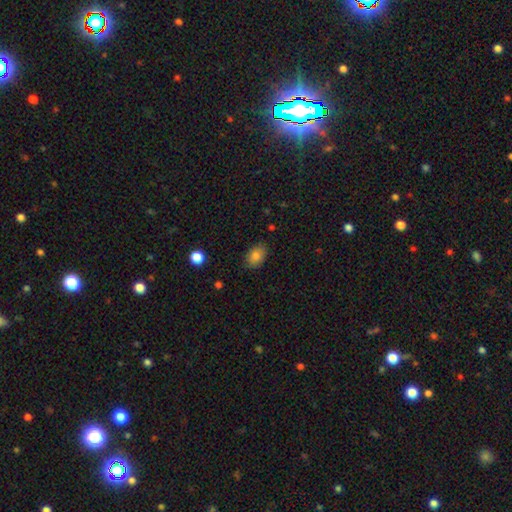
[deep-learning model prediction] smooth-or-featured: smooth: 83% | star or artifact: 9% | featured or disk: 7%
  how-rounded: in between: 79% | round: 20% | cigar-shaped: 1%
  merging: none: 83% | minor disturbance: 13% | major disturbance: 3% | merger: 1%